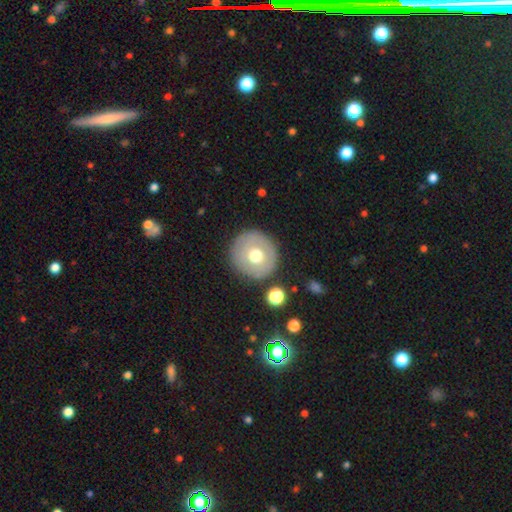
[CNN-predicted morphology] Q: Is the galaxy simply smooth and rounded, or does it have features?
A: smooth — 63%.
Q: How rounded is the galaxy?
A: round — 93%.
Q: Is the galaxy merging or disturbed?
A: none — 85%.